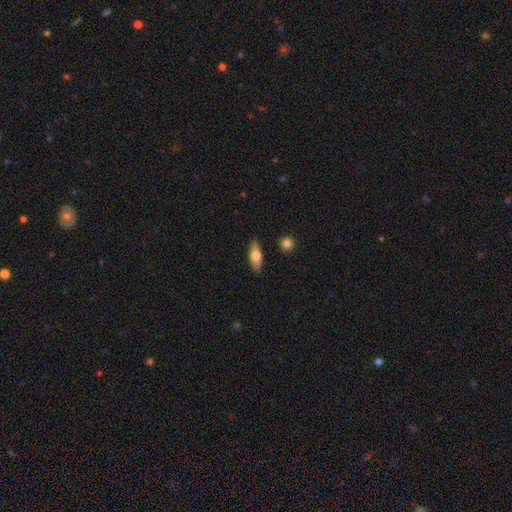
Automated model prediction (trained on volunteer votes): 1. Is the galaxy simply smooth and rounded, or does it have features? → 66% smooth, 28% featured or disk, 6% star or artifact.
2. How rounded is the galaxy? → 68% in between, 28% cigar-shaped, 3% round.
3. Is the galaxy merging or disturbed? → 87% none, 10% minor disturbance, 2% major disturbance, 2% merger.